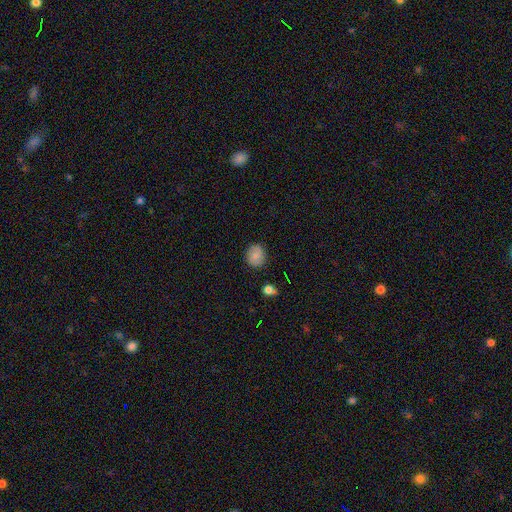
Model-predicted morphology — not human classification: Smooth or featured: smooth — 79% (featured or disk — 12%)
How rounded: round — 75% (in between — 24%)
Merging: none — 87% (minor disturbance — 10%)